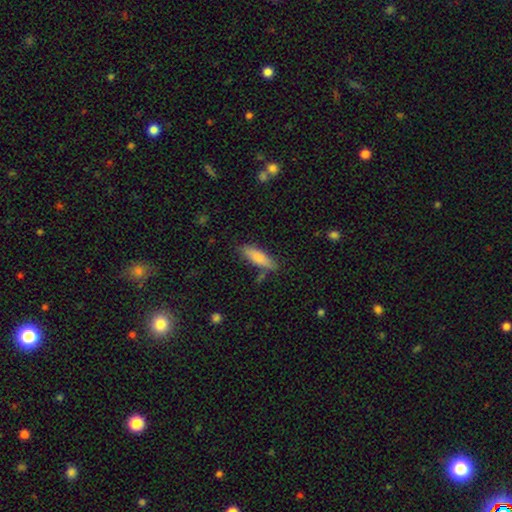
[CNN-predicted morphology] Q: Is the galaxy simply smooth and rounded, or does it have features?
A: smooth — 74%.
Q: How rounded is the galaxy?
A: cigar-shaped — 61%.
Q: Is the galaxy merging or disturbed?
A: none — 80%.